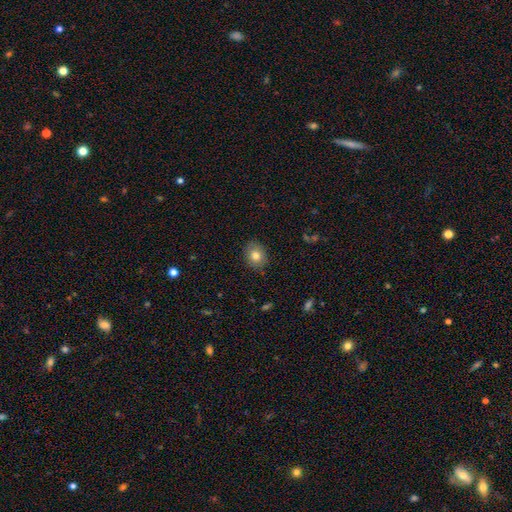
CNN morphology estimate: Smooth or featured? smooth (79%)
How rounded? round (51%)
Merging? none (85%)